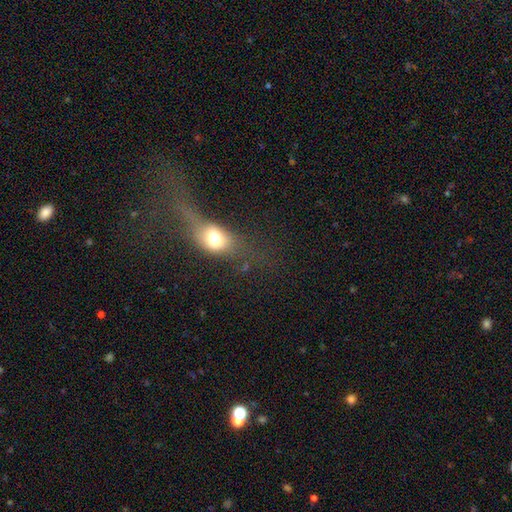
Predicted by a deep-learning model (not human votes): Morphology: type=smooth (40%); merging=major disturbance (52%).